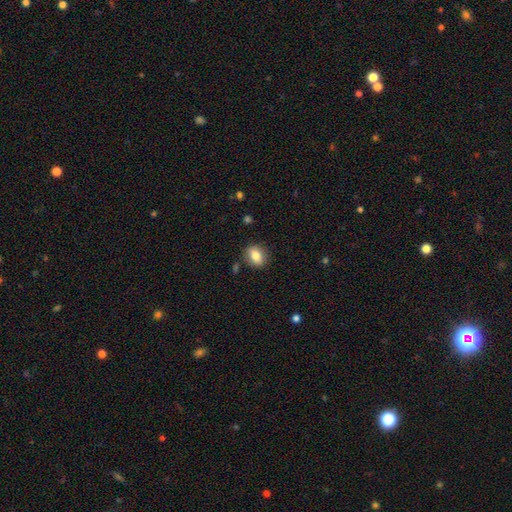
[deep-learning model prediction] Overall: smooth (81%). How rounded: in between (67%; round 31%). Merging: none (84%).